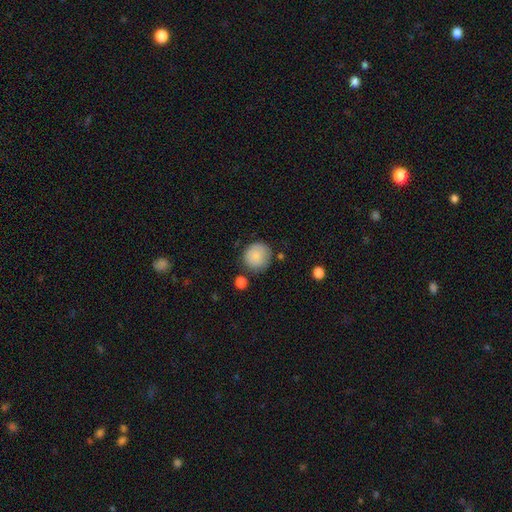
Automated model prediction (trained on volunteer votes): This appears to be a smooth galaxy with no disk features (84%) that is round (91%). Merging: none (75%).